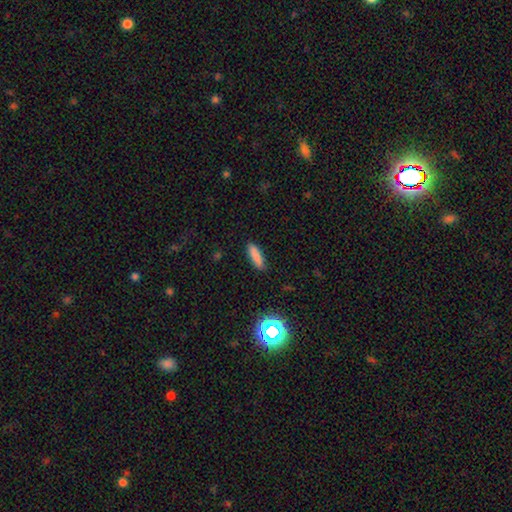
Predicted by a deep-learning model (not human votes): A smooth galaxy with no disk features (83%) that is cigar-shaped (61%). Merging: none (87%).